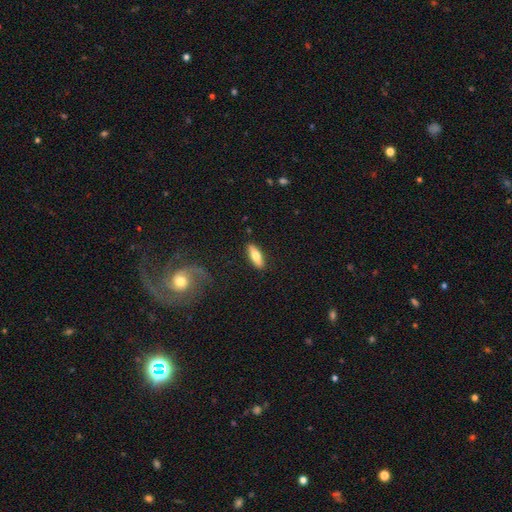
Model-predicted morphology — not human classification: A smooth galaxy with no disk features (67%) that is in between round and cigar-shaped (58%).

Vote fractions:
- Smooth or featured? smooth: 67% / featured or disk: 27% / star or artifact: 6%
- How rounded? in between: 58% / cigar-shaped: 40% / round: 2%
- Merging? none: 88% / minor disturbance: 9% / major disturbance: 2% / merger: 1%